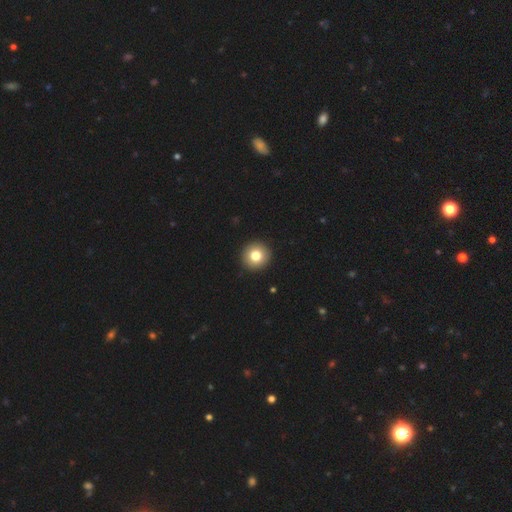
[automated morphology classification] The model was most divided on "smooth or featured": smooth: 80%, featured or disk: 10%, star or artifact: 10%. More confident: how rounded — round (95%); merging — none (94%).